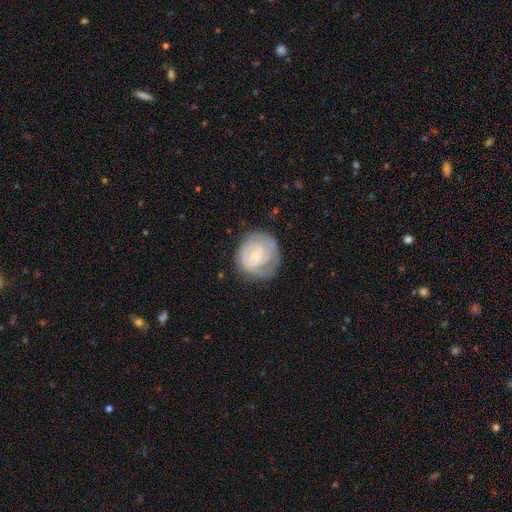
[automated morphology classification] A featured or disk galaxy (69%) with no bar (72%), tight (70%) spiral arms (84%) and a small central bulge (72%). Merging: none (70%).